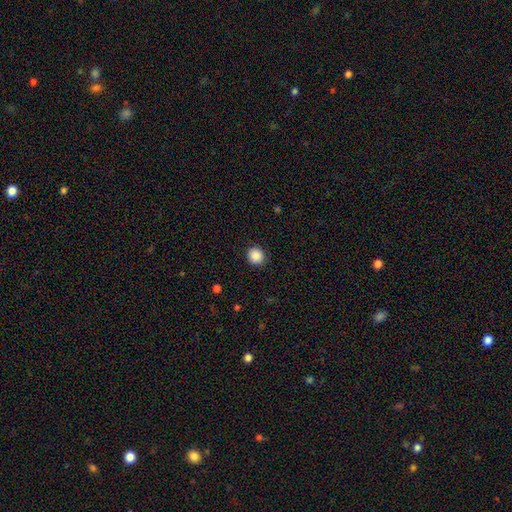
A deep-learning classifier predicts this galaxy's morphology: This appears to be a smooth galaxy with no disk features (88%) that is round (89%). Merging: none (90%).